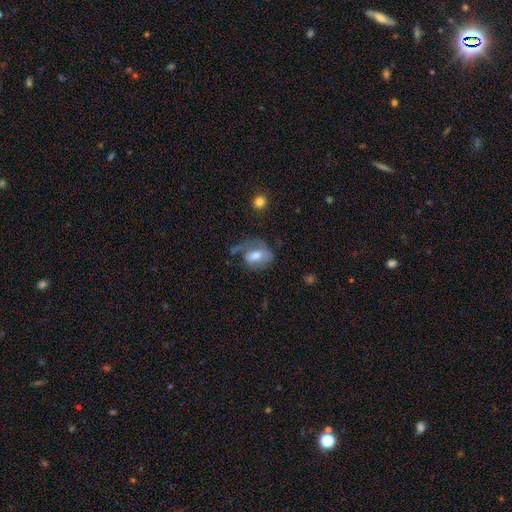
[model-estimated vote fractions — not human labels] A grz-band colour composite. It shows a smooth galaxy with no disk features (51%) that is in between round and cigar-shaped (62%). Merging: none (40%).